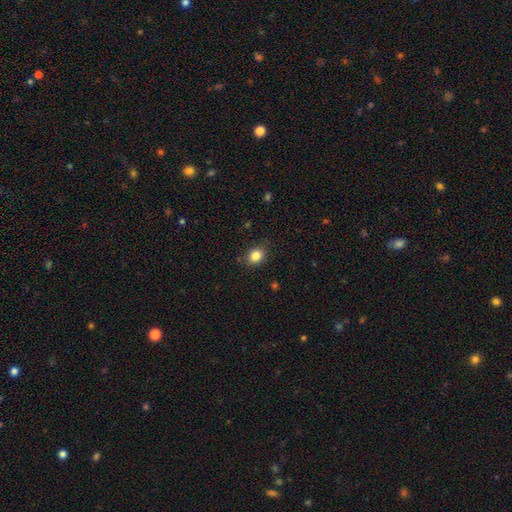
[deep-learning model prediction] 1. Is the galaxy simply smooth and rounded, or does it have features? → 84% smooth, 10% star or artifact, 6% featured or disk.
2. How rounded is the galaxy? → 50% in between, 49% round, 1% cigar-shaped.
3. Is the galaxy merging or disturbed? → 84% none, 12% minor disturbance, 3% major disturbance, 1% merger.